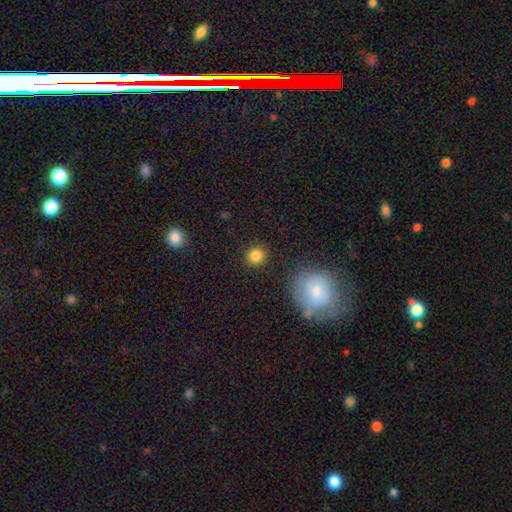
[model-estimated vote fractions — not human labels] Overall: smooth (84%). How rounded: round (86%). Merging: none (90%).